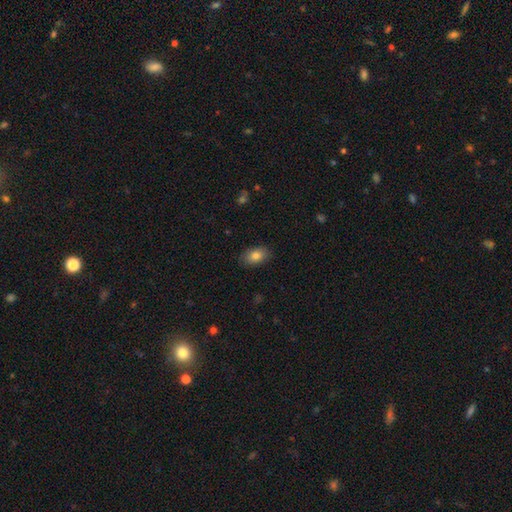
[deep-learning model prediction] smooth-or-featured: smooth: 83% | featured or disk: 9% | star or artifact: 8%
  how-rounded: in between: 89% | round: 10% | cigar-shaped: 2%
  merging: none: 87% | minor disturbance: 9% | major disturbance: 2% | merger: 1%